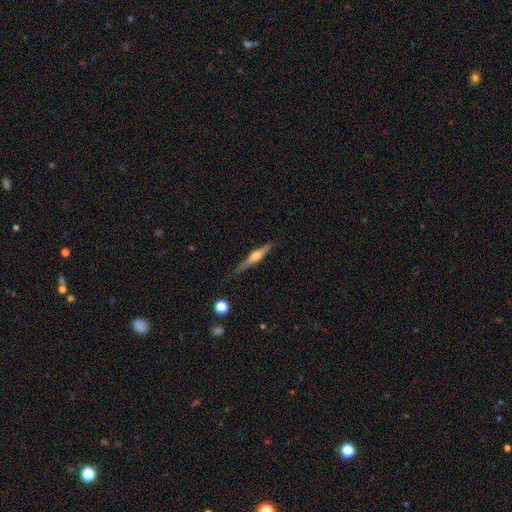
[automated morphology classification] Smooth or featured?
  - featured or disk: 65% *
  - smooth: 29%
  - star or artifact: 6%
Edge-on disk?
  - yes: 97% *
  - no: 3%
Edge-on bulge?
  - rounded: 86% *
  - boxy: 8%
  - none: 5%
Merging?
  - none: 85% *
  - minor disturbance: 11%
  - major disturbance: 2%
  - merger: 2%